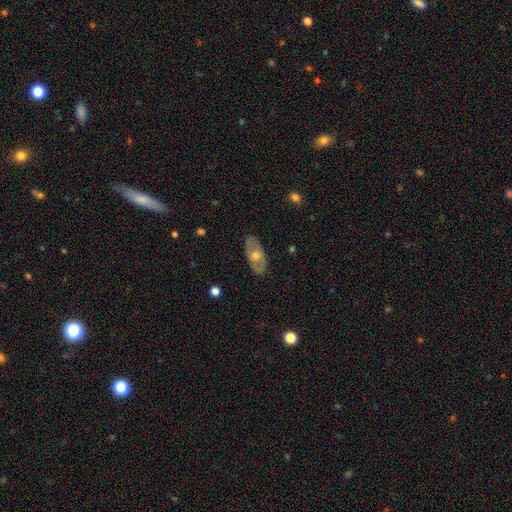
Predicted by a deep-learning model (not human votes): This appears to be a featured or disk galaxy (54%). Merging: none (84%).